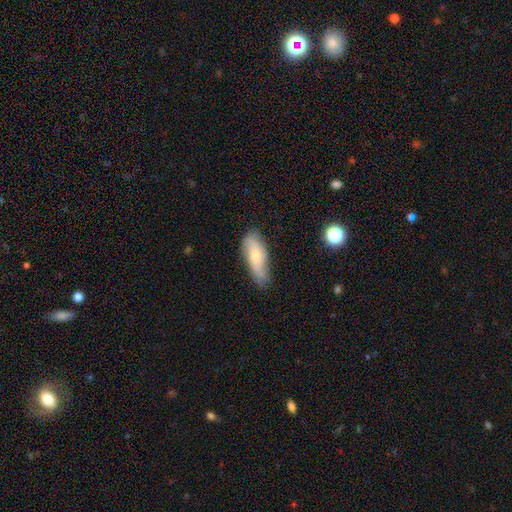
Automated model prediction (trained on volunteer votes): smooth_or_featured: smooth (p=0.53) [alt: featured or disk p=0.40]
how_rounded: in between (p=0.73) [alt: cigar-shaped p=0.24]
merging: none (p=0.62) [alt: minor disturbance p=0.29]